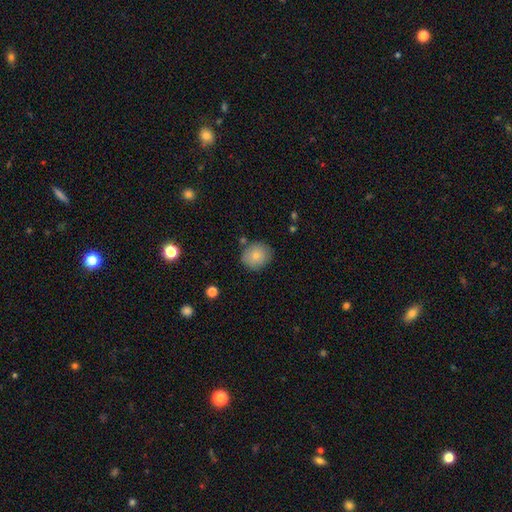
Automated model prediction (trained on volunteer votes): A smooth galaxy with no disk features (78%) that is round (78%).

Vote fractions:
- Smooth or featured? smooth: 78% / featured or disk: 13% / star or artifact: 9%
- How rounded? round: 78% / in between: 21% / cigar-shaped: 1%
- Merging? none: 78% / minor disturbance: 14% / merger: 4% / major disturbance: 3%